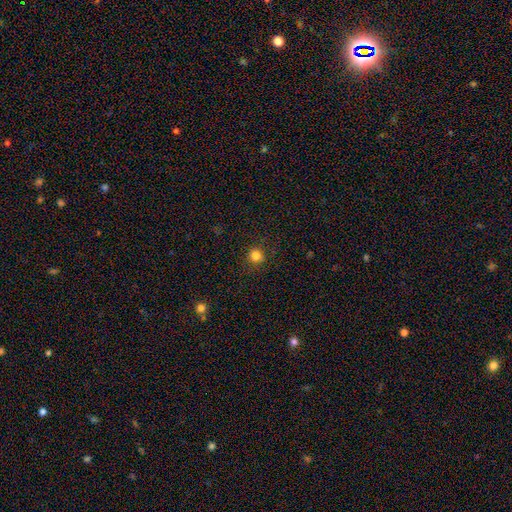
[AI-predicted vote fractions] A smooth galaxy with no disk features (82%) that is round (92%). Merging: none (88%).